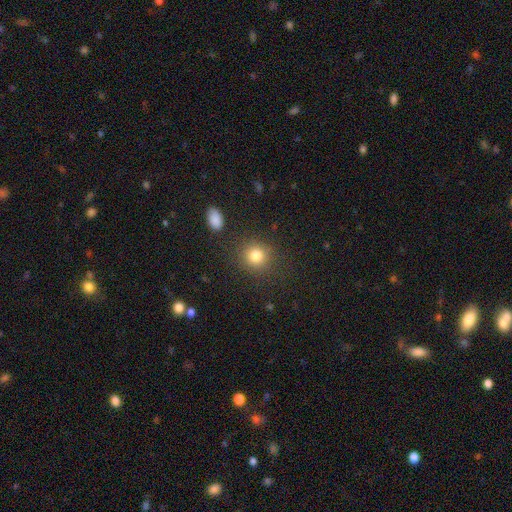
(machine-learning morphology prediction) This is clearly a smooth galaxy (82%). How rounded: clearly round (87%). Merging: clearly none (85%).